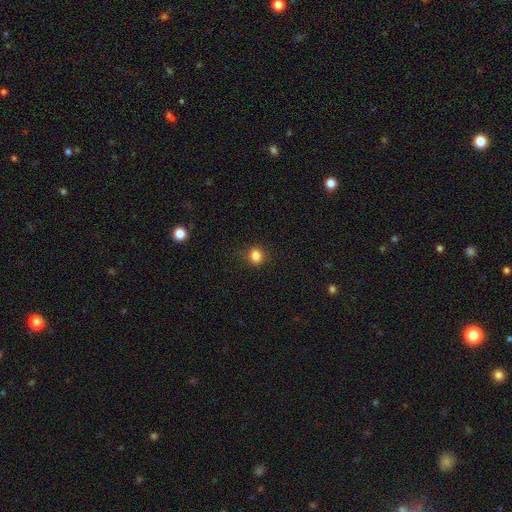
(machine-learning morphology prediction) A smooth galaxy with no disk features (83%) that is round (68%). Merging: none (83%).